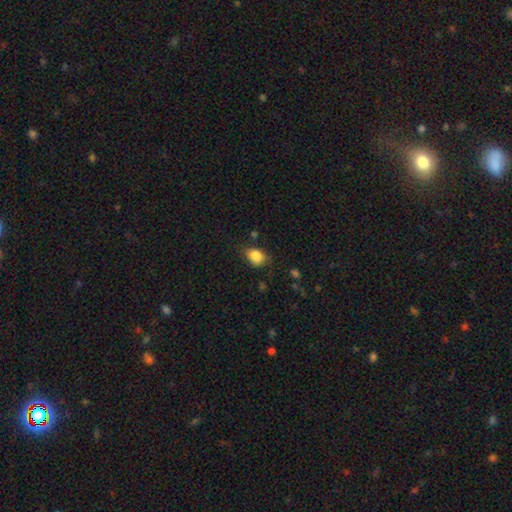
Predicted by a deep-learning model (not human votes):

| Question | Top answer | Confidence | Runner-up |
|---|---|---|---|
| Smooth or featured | smooth | 84% | star or artifact (9%) |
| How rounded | in between | 63% | round (36%) |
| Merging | none | 61% | minor disturbance (29%) |